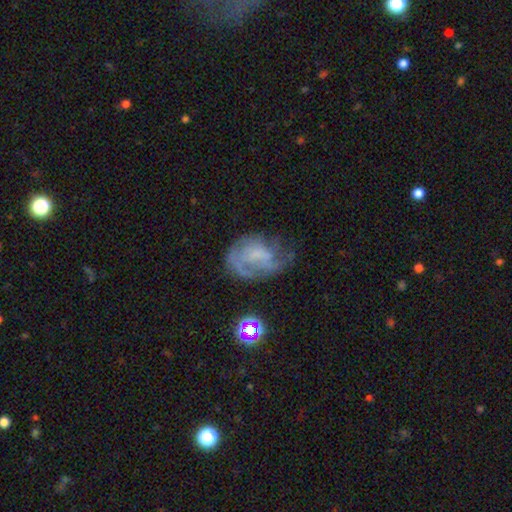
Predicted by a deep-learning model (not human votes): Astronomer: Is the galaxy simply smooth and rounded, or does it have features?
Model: featured or disk — 57%.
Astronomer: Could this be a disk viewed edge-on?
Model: no — 97%.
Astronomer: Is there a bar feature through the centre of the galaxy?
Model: no — 68%.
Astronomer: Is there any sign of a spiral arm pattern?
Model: yes — 58% (runner-up: no, 42%).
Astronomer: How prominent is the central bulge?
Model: none — 57%.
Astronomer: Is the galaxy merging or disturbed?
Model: none — 38% (runner-up: major disturbance, 32%).